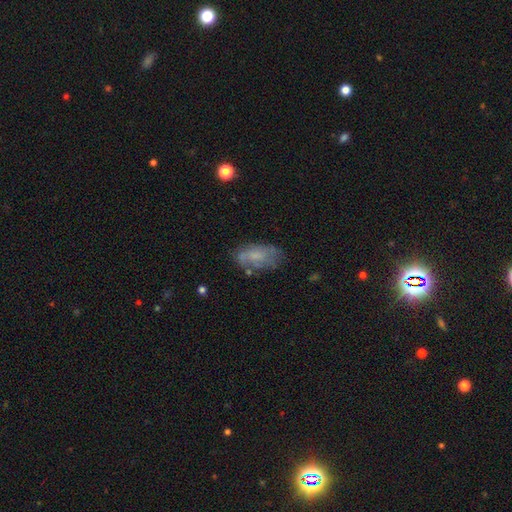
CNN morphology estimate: Smooth or featured? Predicted: smooth (p=0.47). Merging? Predicted: none (p=0.59).